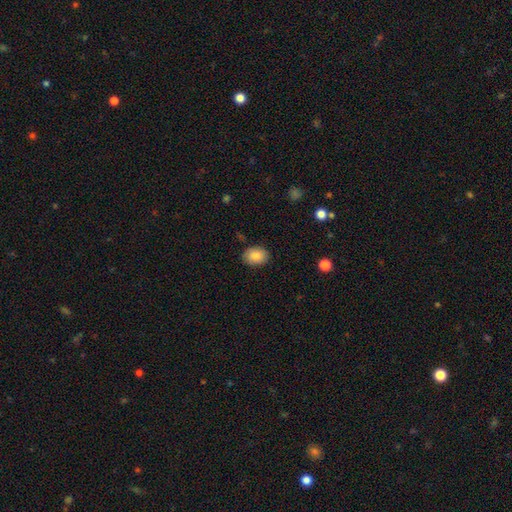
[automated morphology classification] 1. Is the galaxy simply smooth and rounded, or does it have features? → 85% smooth, 8% star or artifact, 7% featured or disk.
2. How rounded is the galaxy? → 69% in between, 30% round, 1% cigar-shaped.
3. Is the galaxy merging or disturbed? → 87% none, 10% minor disturbance, 2% major disturbance, 1% merger.